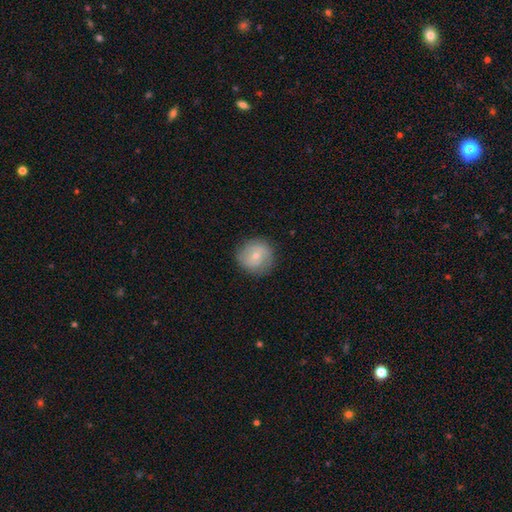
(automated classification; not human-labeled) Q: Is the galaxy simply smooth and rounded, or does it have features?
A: smooth — 60%.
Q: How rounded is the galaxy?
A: round — 92%.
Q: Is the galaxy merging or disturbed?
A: none — 84%.